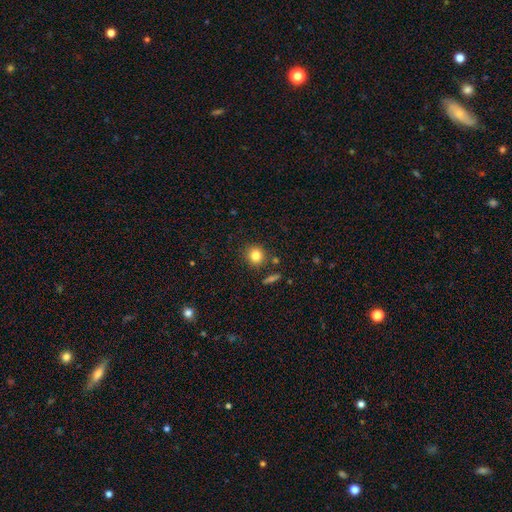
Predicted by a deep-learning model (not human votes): Smooth or featured? smooth (82%)
How rounded? round (90%)
Merging? none (85%)